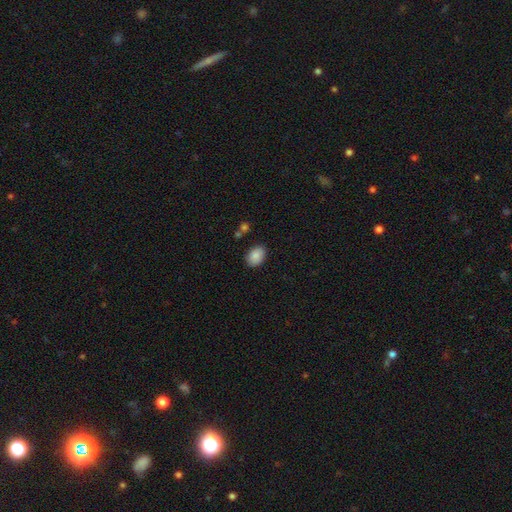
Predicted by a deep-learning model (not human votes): smooth_or_featured: smooth (p=0.88) [alt: star or artifact p=0.07]
how_rounded: in between (p=0.76) [alt: round p=0.23]
merging: none (p=0.83) [alt: minor disturbance p=0.11]